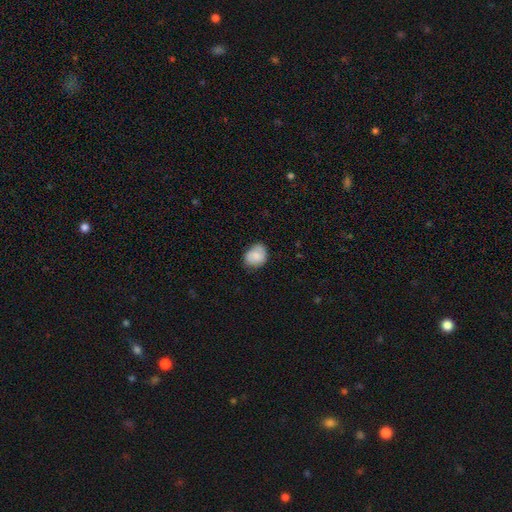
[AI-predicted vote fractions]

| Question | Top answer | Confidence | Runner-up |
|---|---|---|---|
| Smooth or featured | smooth | 78% | featured or disk (15%) |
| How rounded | round | 52% | in between (47%) |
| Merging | none | 69% | minor disturbance (24%) |